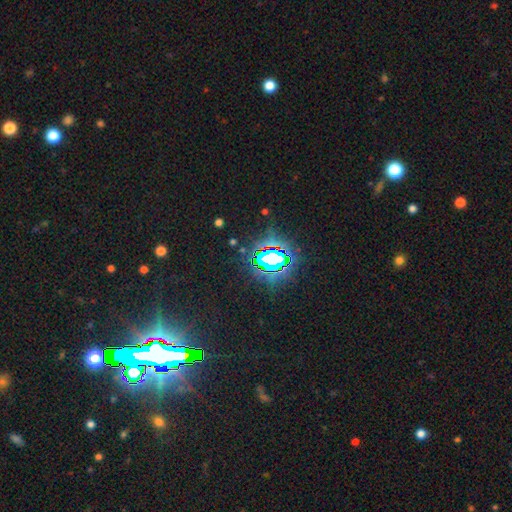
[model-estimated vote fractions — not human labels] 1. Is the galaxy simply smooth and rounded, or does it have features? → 85% star or artifact, 8% smooth, 7% featured or disk.